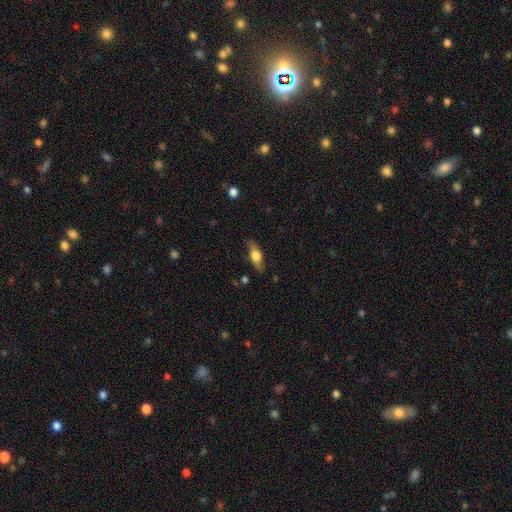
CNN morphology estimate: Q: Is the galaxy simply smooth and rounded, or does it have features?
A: smooth — 51%.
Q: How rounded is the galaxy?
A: in between — 63%.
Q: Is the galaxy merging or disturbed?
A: none — 77%.